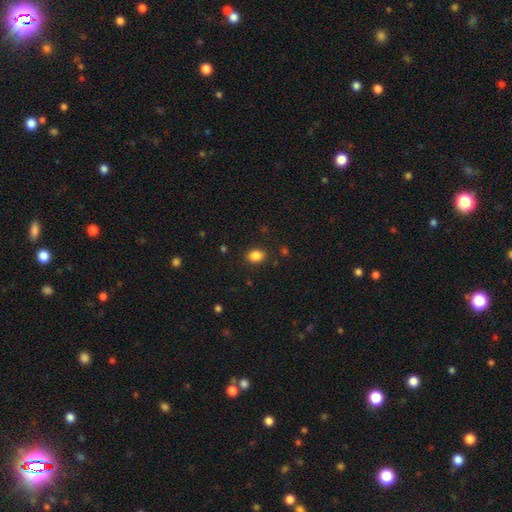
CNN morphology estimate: This is clearly a smooth galaxy (86%). How rounded: likely in between (63%). Merging: clearly none (87%).